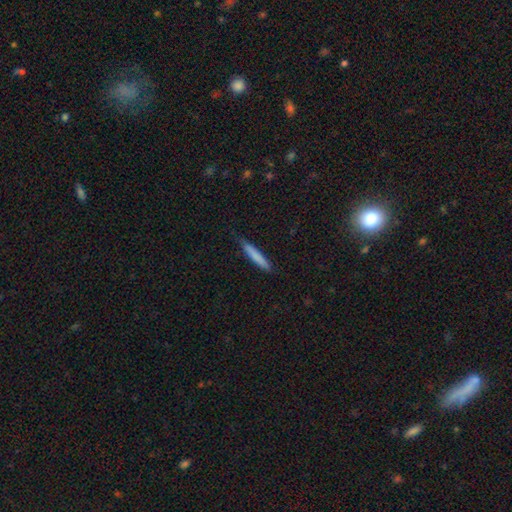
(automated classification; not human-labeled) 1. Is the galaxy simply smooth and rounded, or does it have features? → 78% smooth, 16% featured or disk, 6% star or artifact.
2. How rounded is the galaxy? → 94% cigar-shaped, 5% in between, 1% round.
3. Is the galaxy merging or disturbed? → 80% none, 16% minor disturbance, 2% major disturbance, 1% merger.